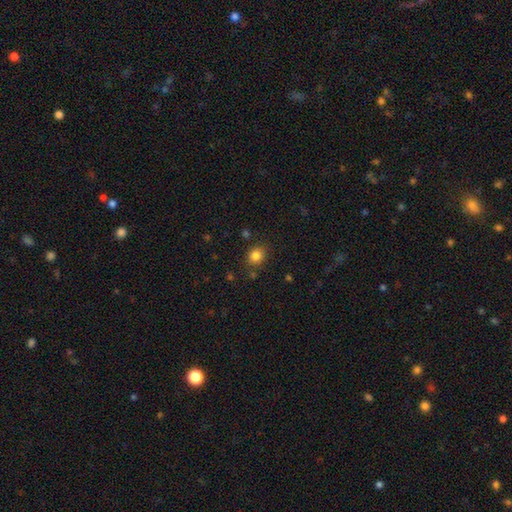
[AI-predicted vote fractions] Smooth or featured? smooth (82%)
How rounded? round (68%)
Merging? none (83%)